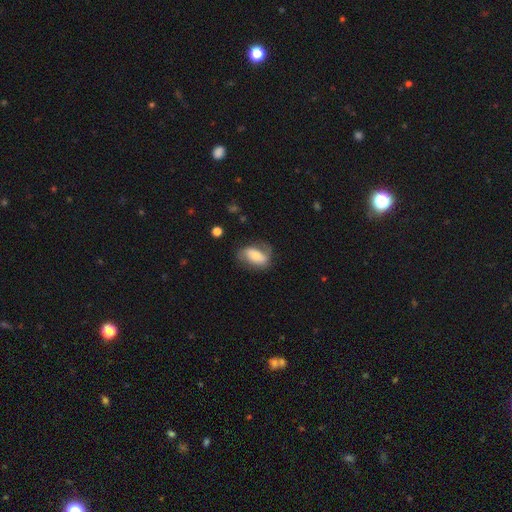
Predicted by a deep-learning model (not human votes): Smooth or featured: smooth — 51% (featured or disk — 42%)
How rounded: in between — 88% (round — 8%)
Merging: none — 58% (minor disturbance — 26%)